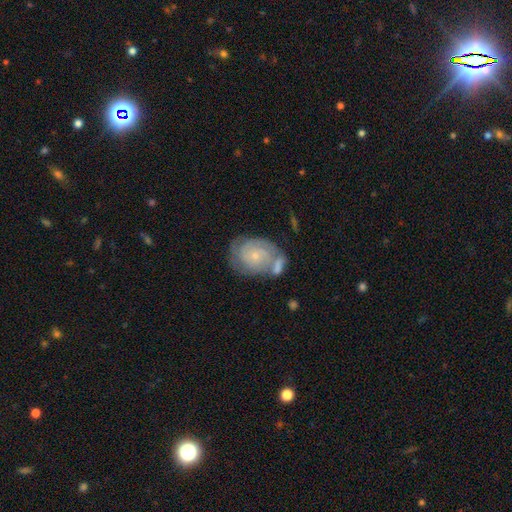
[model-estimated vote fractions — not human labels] Smooth or featured? Predicted: featured or disk (p=0.71). Edge-on disk? Predicted: no (p=0.97). Bar? Predicted: no (p=0.77). Spiral arms? Predicted: yes (p=0.88). Spiral winding? Predicted: tight (p=0.67). Spiral arm count? Predicted: can't tell (p=0.39). Bulge size? Predicted: small (p=0.77). Merging? Predicted: none (p=0.45).